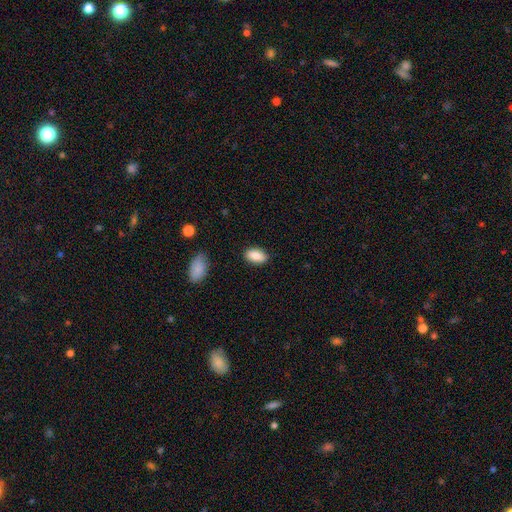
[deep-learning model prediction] Q: Smooth or featured?
A: smooth (87%); runner-up: star or artifact (7%)
Q: How rounded?
A: in between (91%); runner-up: round (5%)
Q: Merging?
A: none (85%); runner-up: minor disturbance (11%)